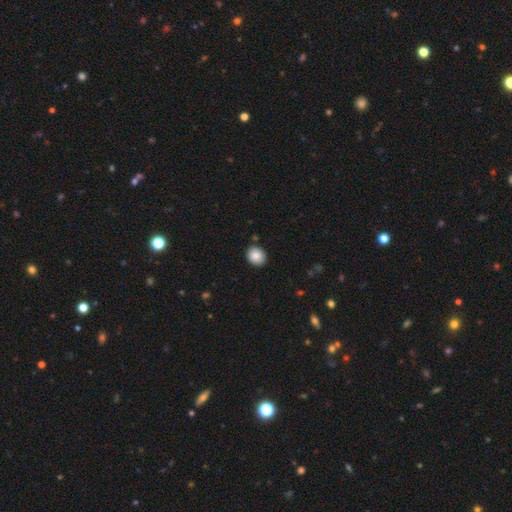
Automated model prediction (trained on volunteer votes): This is clearly a smooth galaxy (85%). How rounded: likely round (67%). Merging: clearly none (87%).